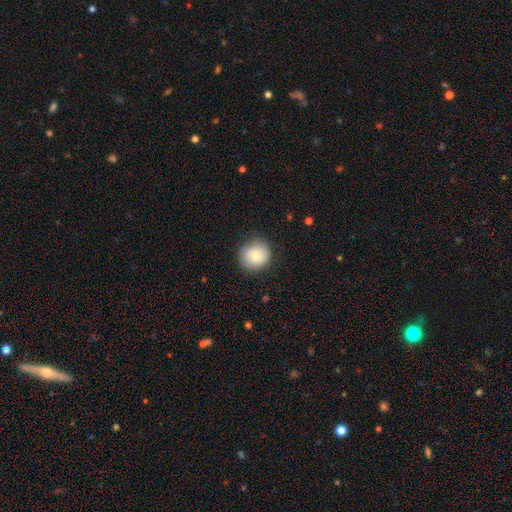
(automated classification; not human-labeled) The model was most divided on "smooth or featured": smooth: 74%, featured or disk: 17%, star or artifact: 8%. More confident: how rounded — round (85%); merging — none (82%).